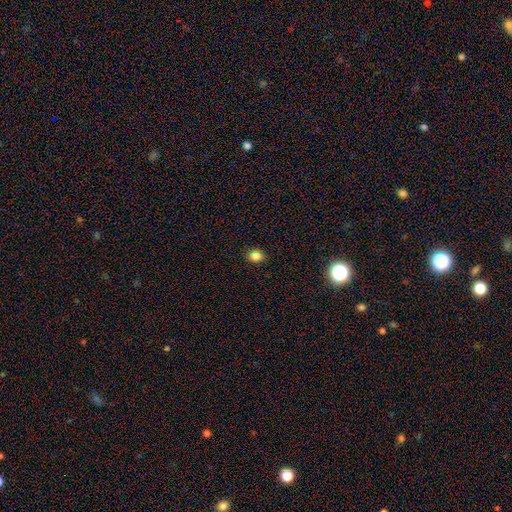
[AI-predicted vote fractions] The model was most divided on "how rounded": in between: 59%, round: 40%, cigar-shaped: 1%. More confident: merging — none (88%); smooth or featured — smooth (81%).